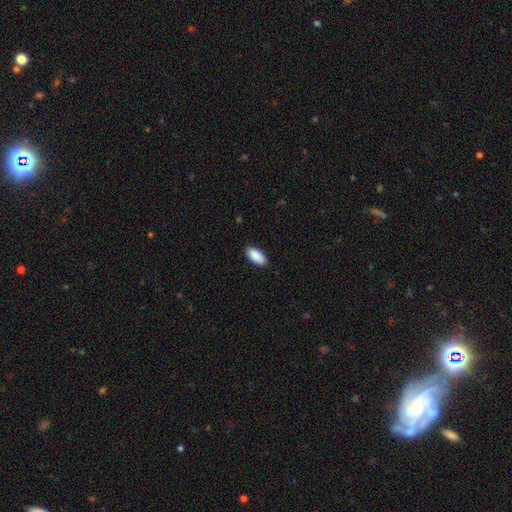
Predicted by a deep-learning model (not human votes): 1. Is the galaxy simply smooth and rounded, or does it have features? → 91% smooth, 6% star or artifact, 4% featured or disk.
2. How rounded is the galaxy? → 90% in between, 8% cigar-shaped, 2% round.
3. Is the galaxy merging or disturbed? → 88% none, 9% minor disturbance, 2% major disturbance, 1% merger.